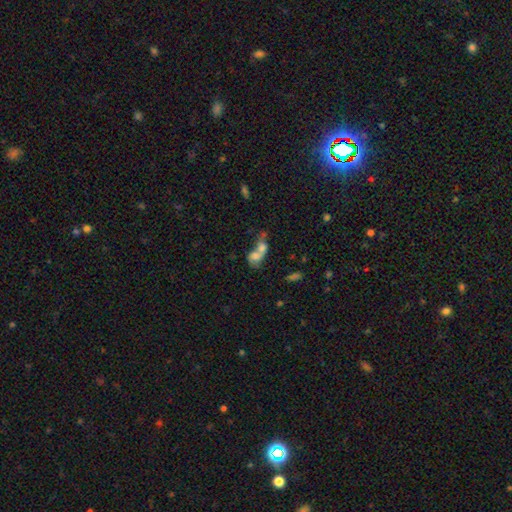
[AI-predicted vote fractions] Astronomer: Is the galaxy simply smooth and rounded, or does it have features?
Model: smooth — 67%.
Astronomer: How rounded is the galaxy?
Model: in between — 62%.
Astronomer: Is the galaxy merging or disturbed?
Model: merger — 76%.